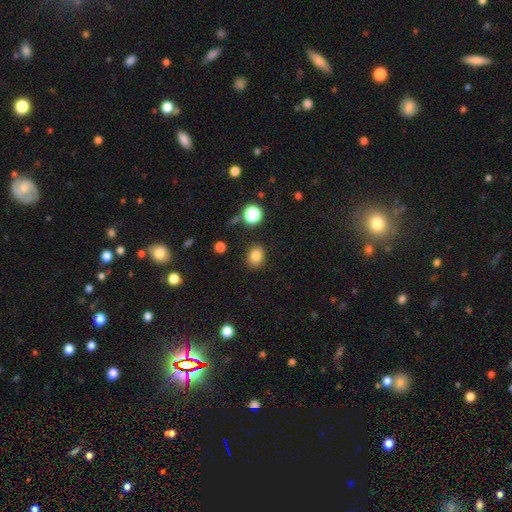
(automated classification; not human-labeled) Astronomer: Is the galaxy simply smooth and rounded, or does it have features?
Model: smooth — 83%.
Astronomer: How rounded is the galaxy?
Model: round — 51% (runner-up: in between, 48%).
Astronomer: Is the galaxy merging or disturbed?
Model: none — 83%.